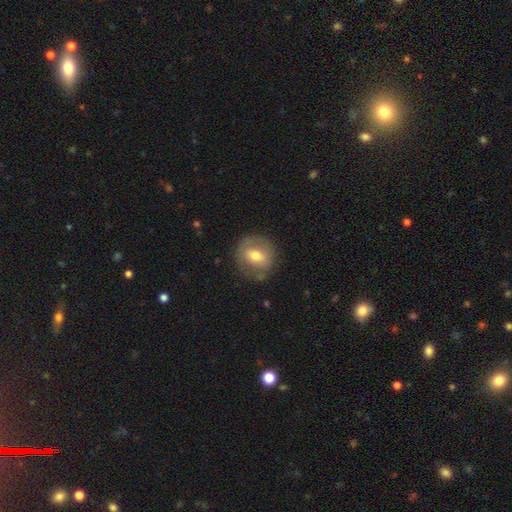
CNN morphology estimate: Smooth or featured? smooth (53%)
How rounded? round (83%)
Merging? none (78%)